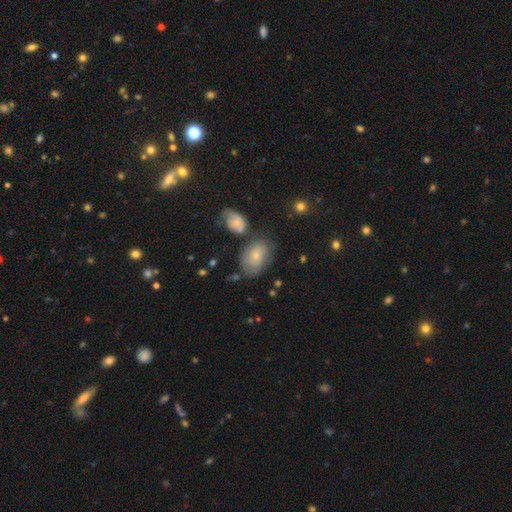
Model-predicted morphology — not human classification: smooth-or-featured: smooth: 63% | featured or disk: 28% | star or artifact: 9%
  how-rounded: in between: 83% | round: 15% | cigar-shaped: 1%
  merging: none: 55% | minor disturbance: 24% | merger: 12% | major disturbance: 10%